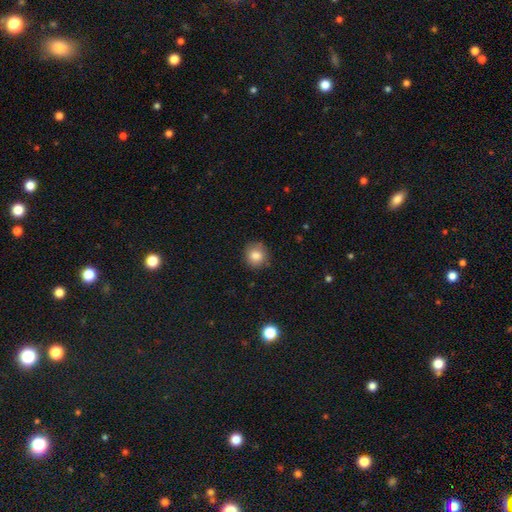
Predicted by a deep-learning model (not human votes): A smooth galaxy with no disk features (82%) that is round (89%).

Vote fractions:
- Smooth or featured? smooth: 82% / star or artifact: 10% / featured or disk: 8%
- How rounded? round: 89% / in between: 10% / cigar-shaped: 1%
- Merging? none: 85% / minor disturbance: 11% / major disturbance: 2% / merger: 1%